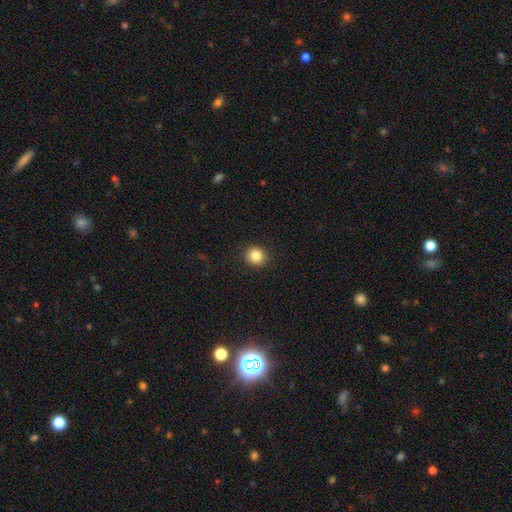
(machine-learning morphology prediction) This appears to be a smooth galaxy with no disk features (85%) that is round (91%). Merging: none (92%).